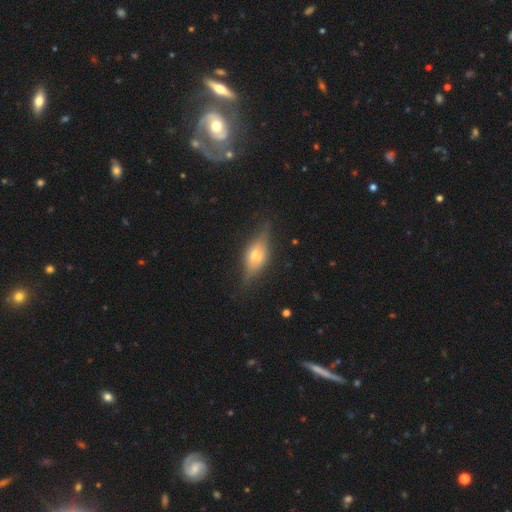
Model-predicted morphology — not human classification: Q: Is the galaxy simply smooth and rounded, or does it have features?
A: featured or disk — 54%.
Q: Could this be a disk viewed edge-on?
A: yes — 85%.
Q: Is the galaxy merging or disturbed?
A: none — 76%.